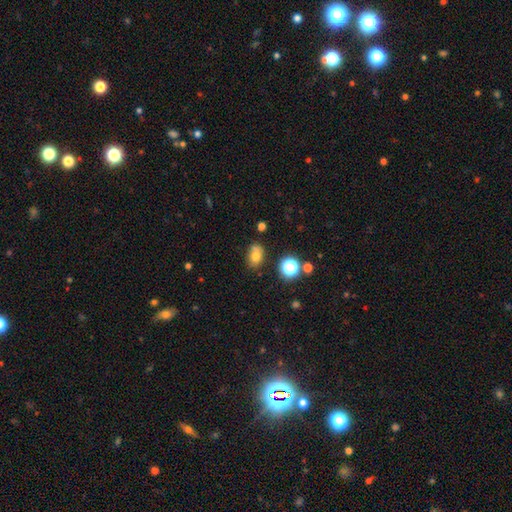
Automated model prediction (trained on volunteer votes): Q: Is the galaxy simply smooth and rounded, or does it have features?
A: smooth — 73%.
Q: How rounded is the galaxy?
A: in between — 70%.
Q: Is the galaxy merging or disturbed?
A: none — 61%.